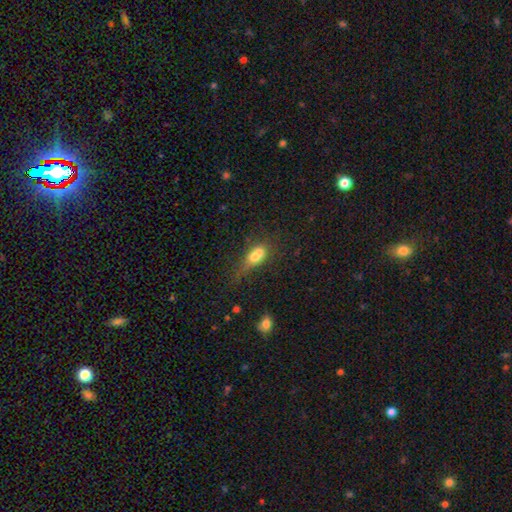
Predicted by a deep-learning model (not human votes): A smooth galaxy with no disk features (65%) that is in between round and cigar-shaped (67%). Merging: merger (40%).